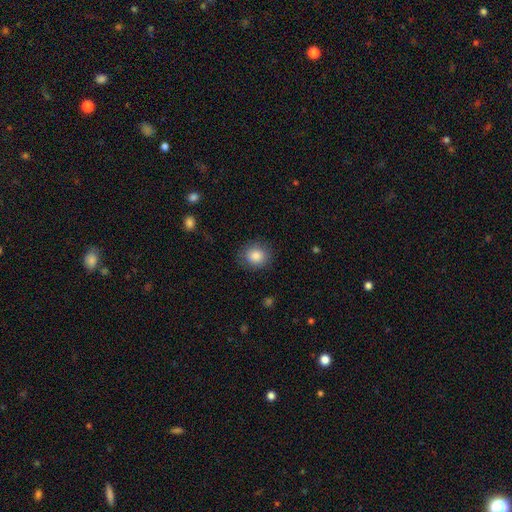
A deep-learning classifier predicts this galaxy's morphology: Q: Smooth or featured?
A: smooth (86%); runner-up: star or artifact (9%)
Q: How rounded?
A: round (80%); runner-up: in between (19%)
Q: Merging?
A: none (84%); runner-up: minor disturbance (12%)